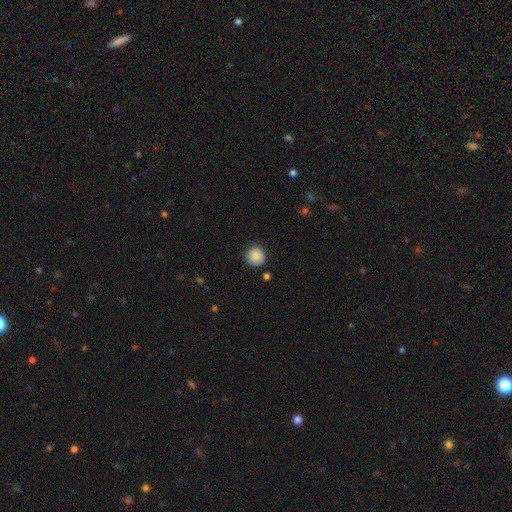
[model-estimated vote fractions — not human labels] Smooth or featured? Predicted: smooth (p=0.88). How rounded? Predicted: round (p=0.94). Merging? Predicted: none (p=0.87).